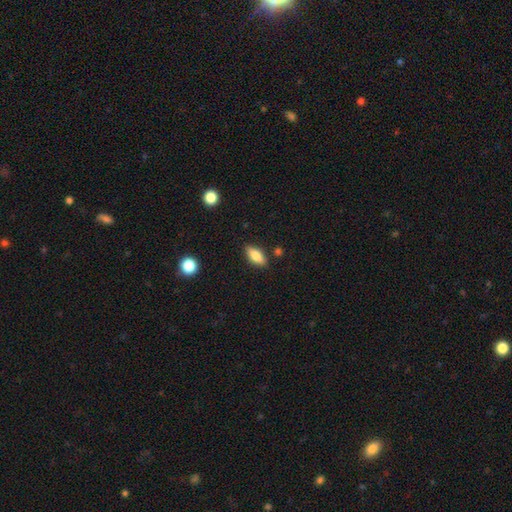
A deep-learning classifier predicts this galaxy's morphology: A smooth galaxy with no disk features (80%) that is in between round and cigar-shaped (83%).

Vote fractions:
- Smooth or featured? smooth: 80% / featured or disk: 13% / star or artifact: 7%
- How rounded? in between: 83% / cigar-shaped: 14% / round: 3%
- Merging? none: 85% / minor disturbance: 10% / merger: 2% / major disturbance: 2%